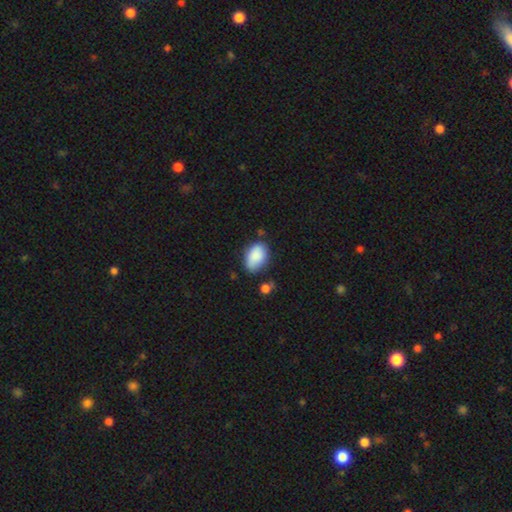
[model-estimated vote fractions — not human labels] Overall: smooth (87%). How rounded: in between (88%). Merging: none (64%; minor disturbance 25%).